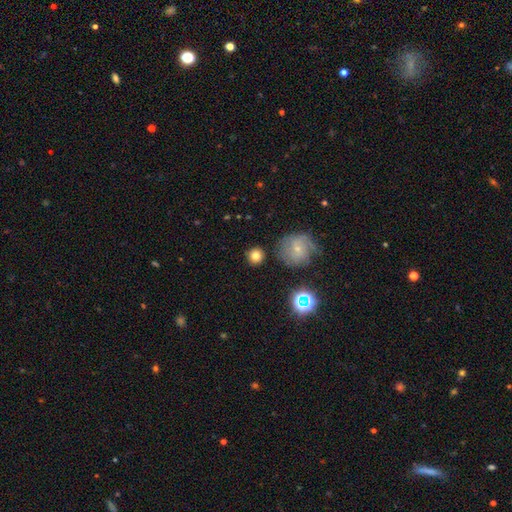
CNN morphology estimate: The model was most divided on "smooth or featured": smooth: 76%, star or artifact: 13%, featured or disk: 11%. More confident: how rounded — round (90%); merging — none (84%).